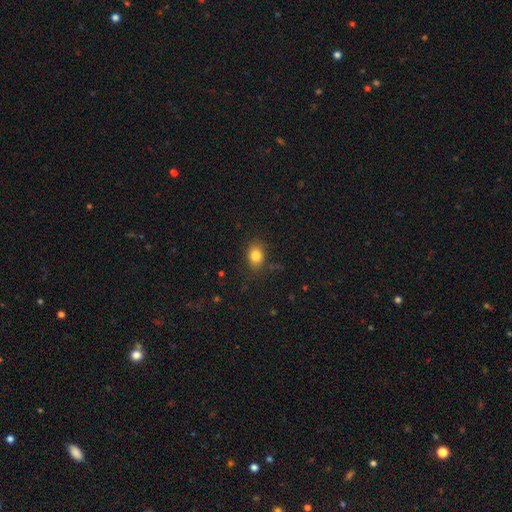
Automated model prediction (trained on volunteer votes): Overall: smooth (83%). How rounded: in between (61%; round 38%). Merging: none (82%).